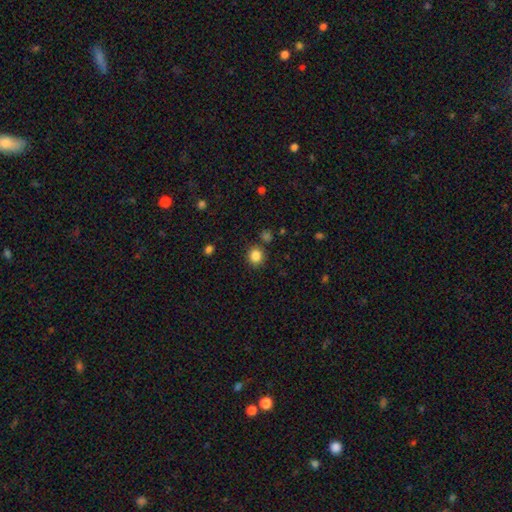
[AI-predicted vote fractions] Smooth or featured: smooth — 85% (star or artifact — 11%)
How rounded: round — 86% (in between — 13%)
Merging: none — 86% (minor disturbance — 7%)